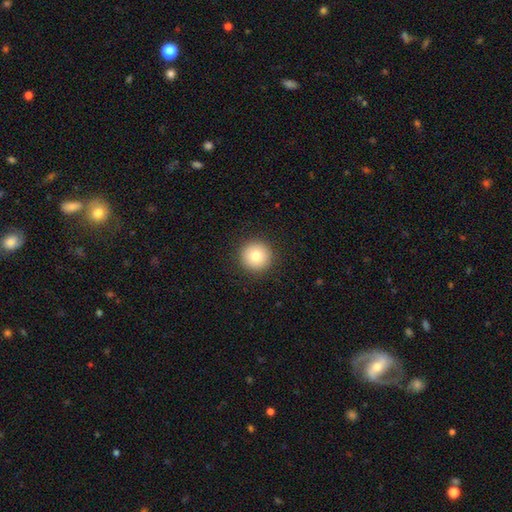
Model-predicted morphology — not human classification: Smooth or featured: smooth — 81% (featured or disk — 10%)
How rounded: round — 96% (in between — 3%)
Merging: none — 92% (minor disturbance — 5%)